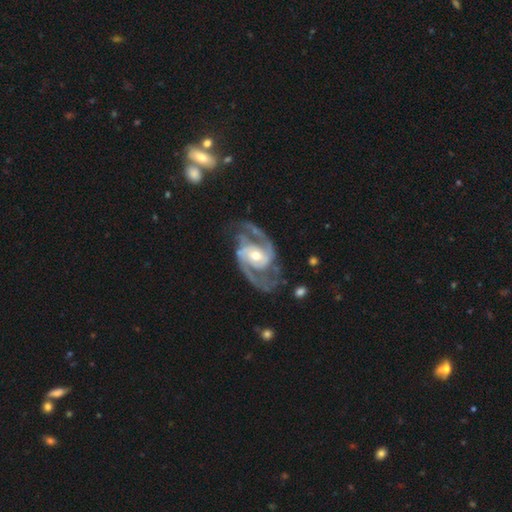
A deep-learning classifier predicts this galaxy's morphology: smooth-or-featured: featured or disk: 92% | star or artifact: 4% | smooth: 3%
  disk-edge-on: no: 97% | yes: 3%
    bar: no: 43% | weak: 37% | strong: 21%
    has-spiral-arms: yes: 98% | no: 2%
      spiral-winding: medium: 59% | tight: 22% | loose: 19%
      spiral-arm-count: 2: 89% | 3: 4% | can't tell: 3% | 1: 1% | 4: 1% | more than 4: 1%
    bulge-size: moderate: 61% | small: 32% | large: 5% | none: 1% | dominant: 1%
  merging: none: 70% | minor disturbance: 17% | major disturbance: 11% | merger: 2%